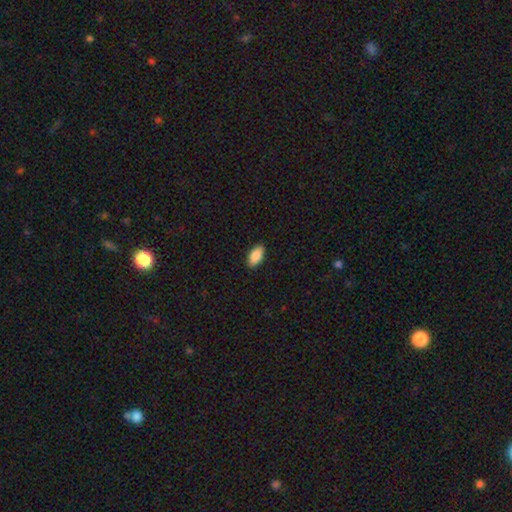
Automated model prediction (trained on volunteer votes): The model was most divided on "smooth or featured": smooth: 88%, star or artifact: 6%, featured or disk: 6%. More confident: how rounded — in between (93%); merging — none (90%).